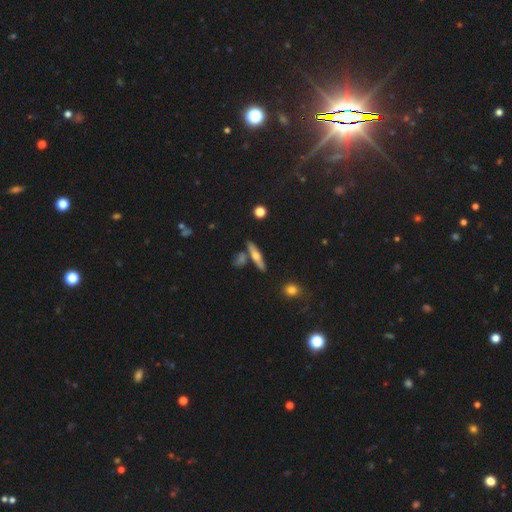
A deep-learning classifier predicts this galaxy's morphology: type=featured or disk (49%); merging=none (77%).